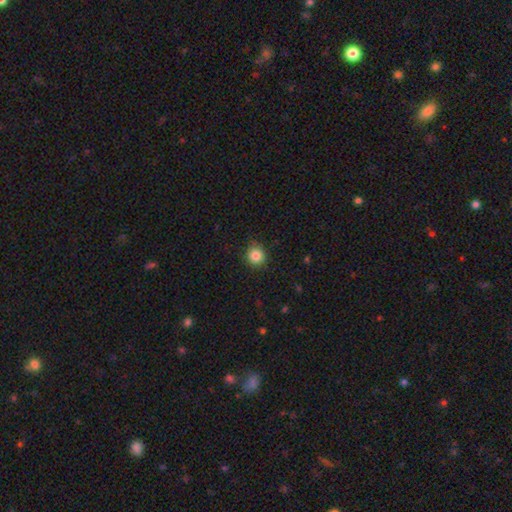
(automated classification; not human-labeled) This is clearly a smooth galaxy (84%). How rounded: clearly round (90%). Merging: clearly none (85%).